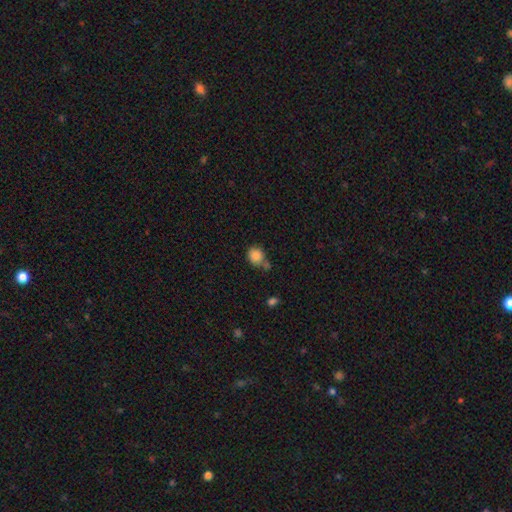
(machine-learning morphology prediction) Smooth or featured? smooth (85%)
How rounded? round (77%)
Merging? none (55%)